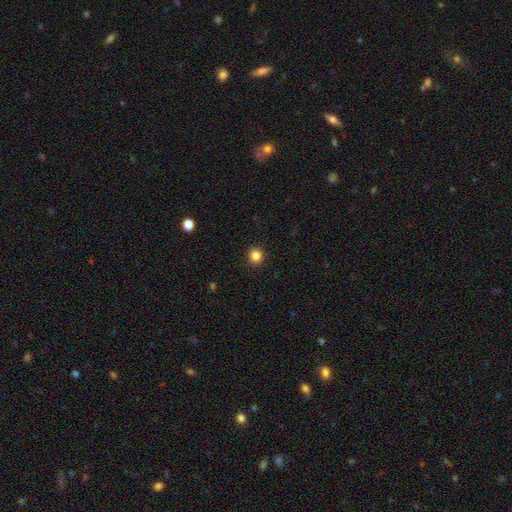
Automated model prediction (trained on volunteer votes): Smooth or featured? Predicted: smooth (p=0.85). How rounded? Predicted: round (p=0.89). Merging? Predicted: none (p=0.92).